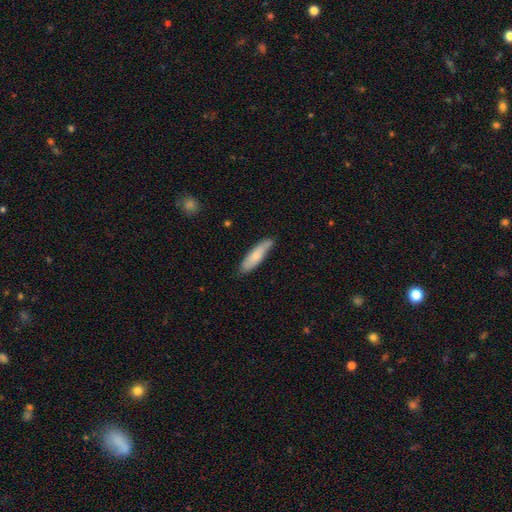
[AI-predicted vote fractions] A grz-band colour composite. It shows a smooth galaxy with no disk features (74%) that is cigar-shaped (67%). Merging: none (79%).